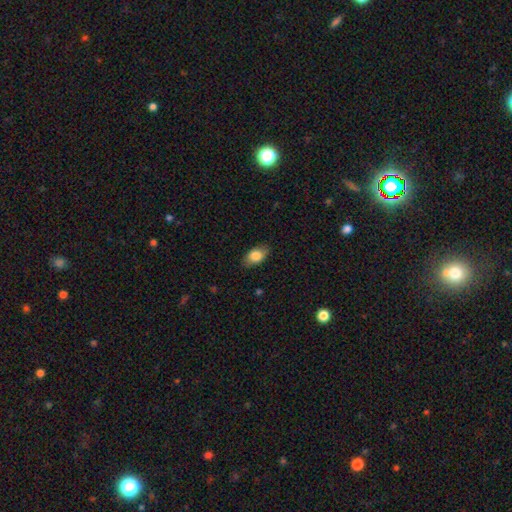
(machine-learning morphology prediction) This appears to be a smooth galaxy with no disk features (82%) that is in between round and cigar-shaped (89%). Merging: none (83%).